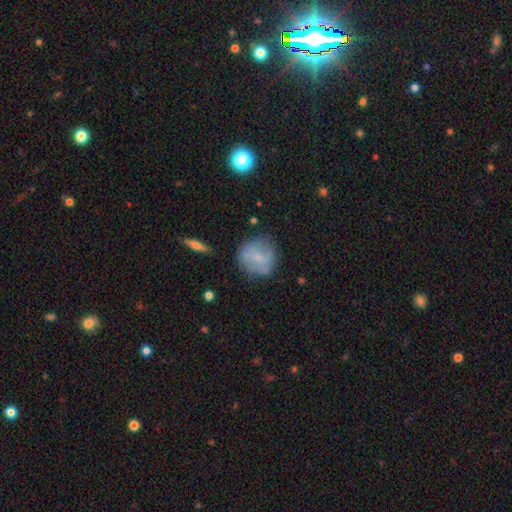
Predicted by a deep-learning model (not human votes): This is likely a smooth galaxy (65%). How rounded: clearly round (86%). Merging: likely none (73%).